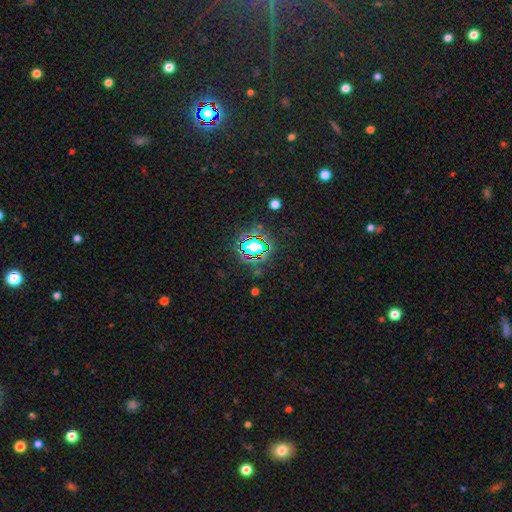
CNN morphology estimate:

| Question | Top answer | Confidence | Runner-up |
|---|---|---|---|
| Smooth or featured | star or artifact | 75% | smooth (16%) |